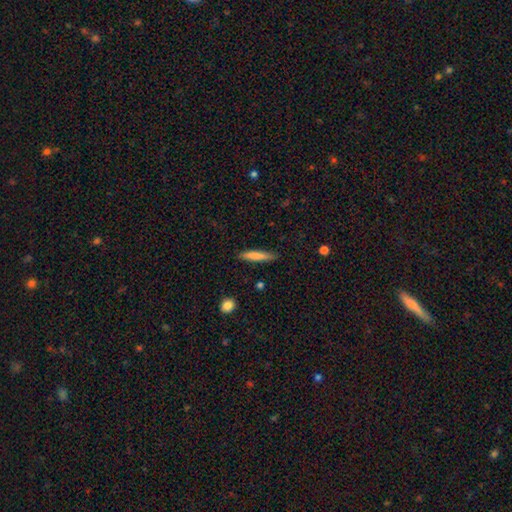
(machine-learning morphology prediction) smooth-or-featured: smooth: 76% | featured or disk: 17% | star or artifact: 6%
  how-rounded: cigar-shaped: 90% | in between: 9% | round: 1%
  merging: none: 86% | minor disturbance: 10% | major disturbance: 2% | merger: 1%